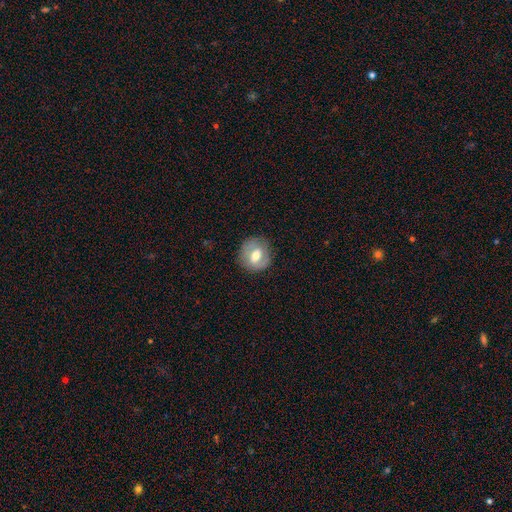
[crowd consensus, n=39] This appears to be a smooth galaxy with no disk features (54%) that is round (62%). Merging: none (79%).